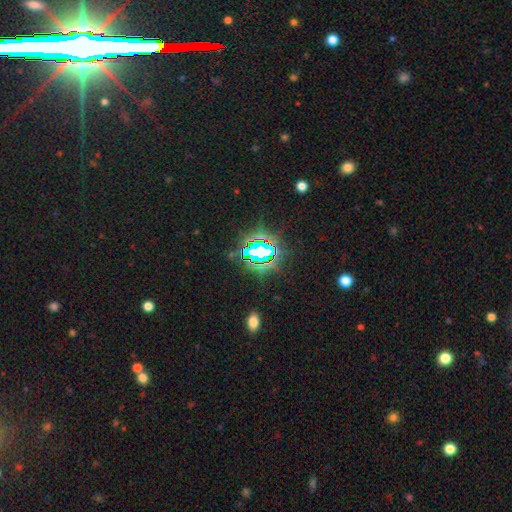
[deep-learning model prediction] Smooth or featured? Predicted: star or artifact (p=0.75).